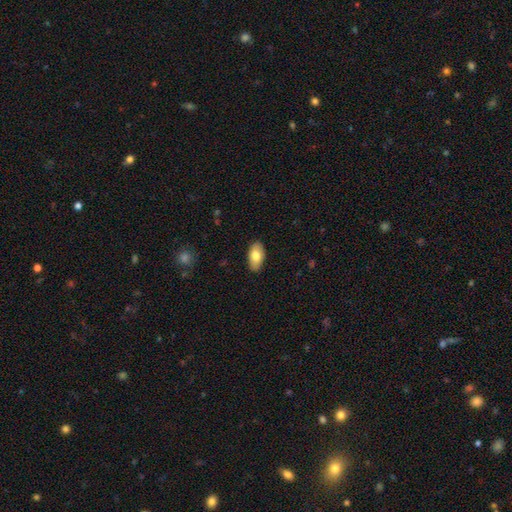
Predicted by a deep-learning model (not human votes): The model was most divided on "smooth or featured": smooth: 77%, featured or disk: 17%, star or artifact: 6%. More confident: how rounded — in between (93%); merging — none (88%).